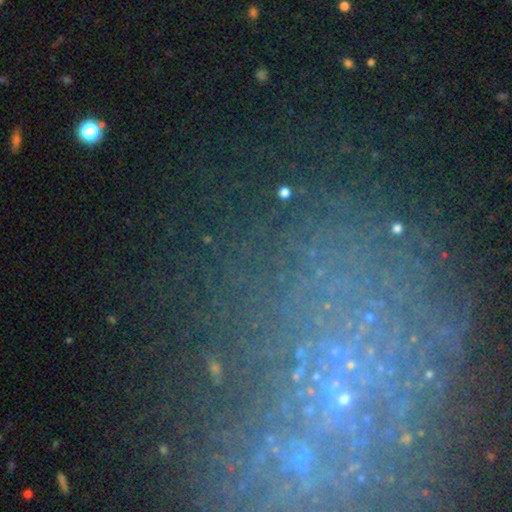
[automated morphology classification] Smooth or featured?
  - star or artifact: 60% *
  - featured or disk: 25%
  - smooth: 16%